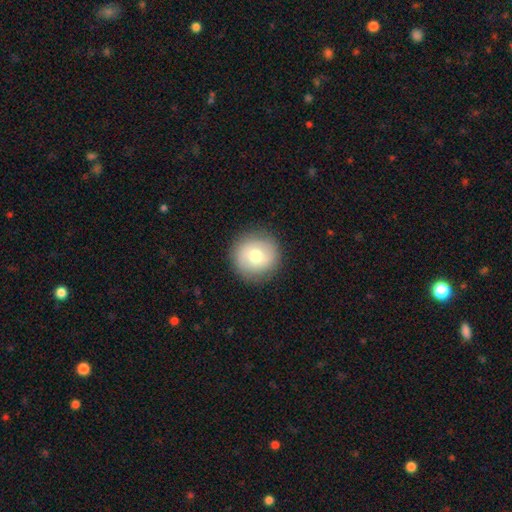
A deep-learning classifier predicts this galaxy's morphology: Overall: smooth (72%). How rounded: round (95%). Merging: none (89%).